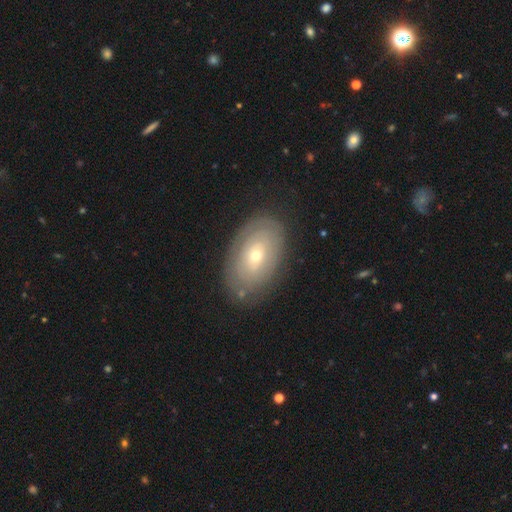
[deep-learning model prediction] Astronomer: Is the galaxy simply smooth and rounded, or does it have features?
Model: featured or disk — 52% (runner-up: smooth, 41%).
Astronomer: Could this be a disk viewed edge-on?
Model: no — 91%.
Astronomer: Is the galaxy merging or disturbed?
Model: none — 81%.